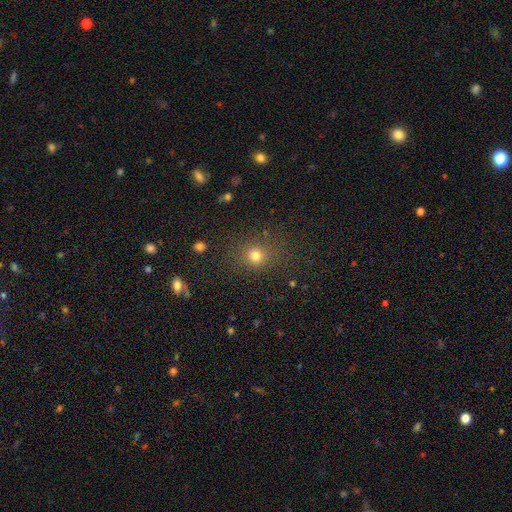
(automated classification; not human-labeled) Smooth or featured: smooth — 74% (star or artifact — 18%)
How rounded: round — 80% (in between — 18%)
Merging: none — 82% (minor disturbance — 10%)